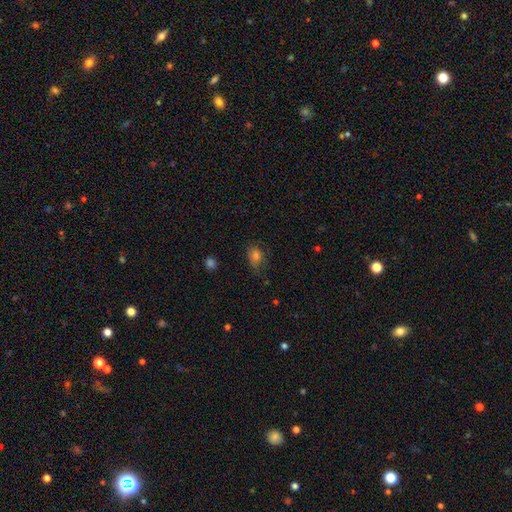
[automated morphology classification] smooth_or_featured: smooth (p=0.71) [alt: star or artifact p=0.17]
how_rounded: in between (p=0.58) [alt: round p=0.40]
merging: none (p=0.58) [alt: minor disturbance p=0.27]